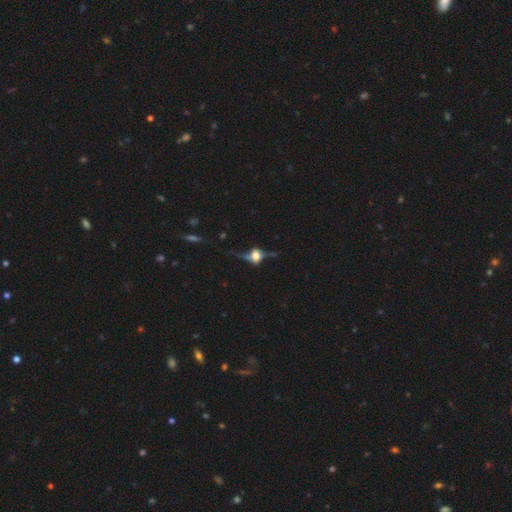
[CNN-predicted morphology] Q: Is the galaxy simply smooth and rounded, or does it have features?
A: featured or disk — 51%.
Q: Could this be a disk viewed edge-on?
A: yes — 71%.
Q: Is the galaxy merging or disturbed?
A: none — 47%.